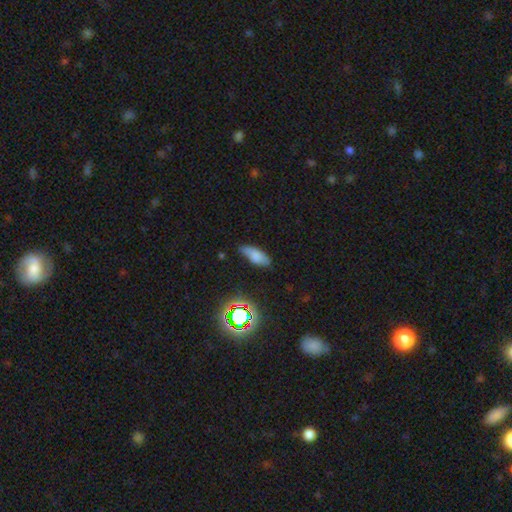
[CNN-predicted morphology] A smooth galaxy with no disk features (72%) that is in between round and cigar-shaped (73%). Merging: none (66%).